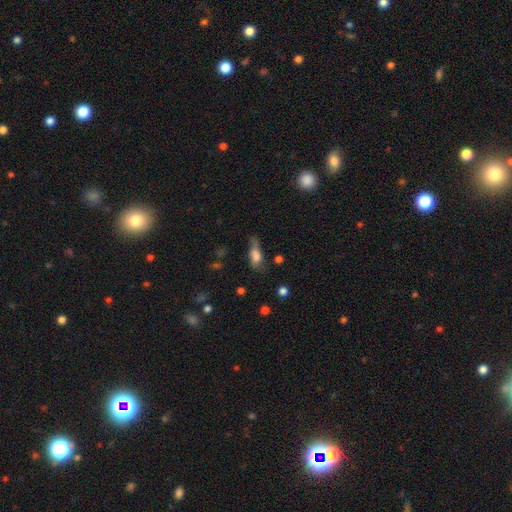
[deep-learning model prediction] Smooth or featured? smooth (70%)
How rounded? in between (72%)
Merging? none (38%)